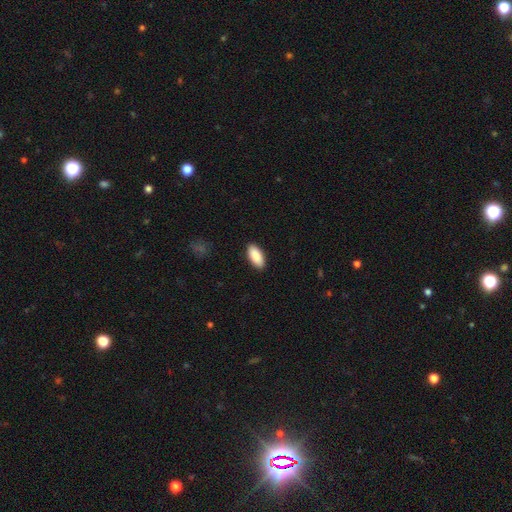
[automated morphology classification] Smooth or featured: smooth — 90% (star or artifact — 6%)
How rounded: in between — 90% (cigar-shaped — 8%)
Merging: none — 90% (minor disturbance — 7%)